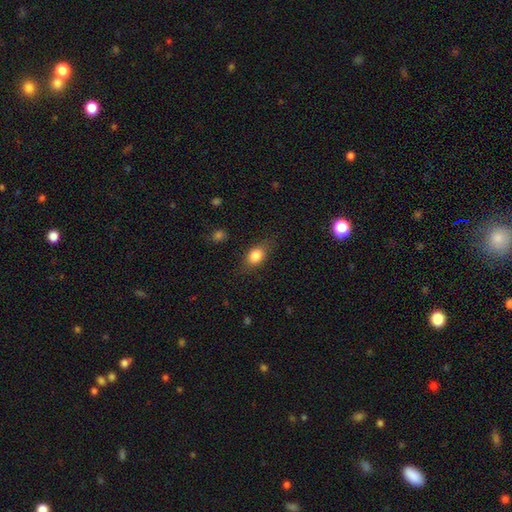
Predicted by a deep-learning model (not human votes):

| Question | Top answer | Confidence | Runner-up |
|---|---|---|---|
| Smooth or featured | smooth | 80% | featured or disk (11%) |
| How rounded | in between | 74% | round (20%) |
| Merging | none | 74% | minor disturbance (18%) |